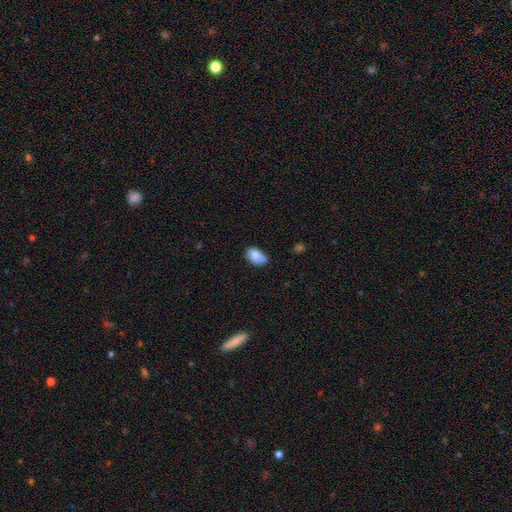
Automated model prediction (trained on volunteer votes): The model was most divided on "merging": none: 50%, minor disturbance: 37%, major disturbance: 8%, merger: 6%. More confident: how rounded — in between (89%); smooth or featured — smooth (82%).